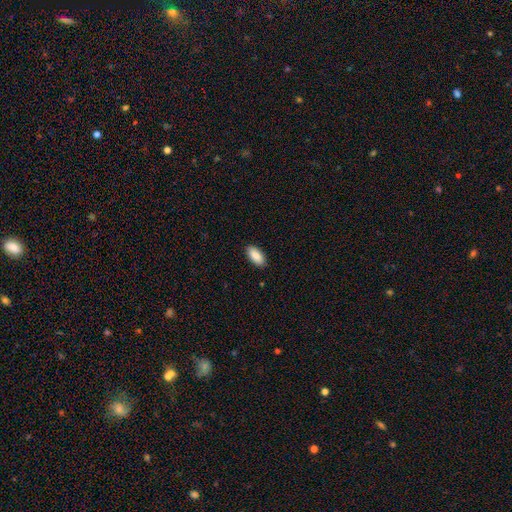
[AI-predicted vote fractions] smooth-or-featured: smooth: 89% | star or artifact: 6% | featured or disk: 4%
  how-rounded: in between: 91% | cigar-shaped: 7% | round: 2%
  merging: none: 89% | minor disturbance: 8% | major disturbance: 2% | merger: 1%